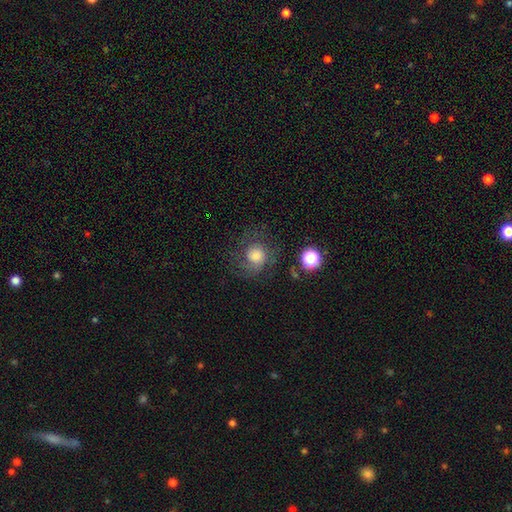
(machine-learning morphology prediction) Smooth or featured? Predicted: featured or disk (p=0.50). Merging? Predicted: none (p=0.64).